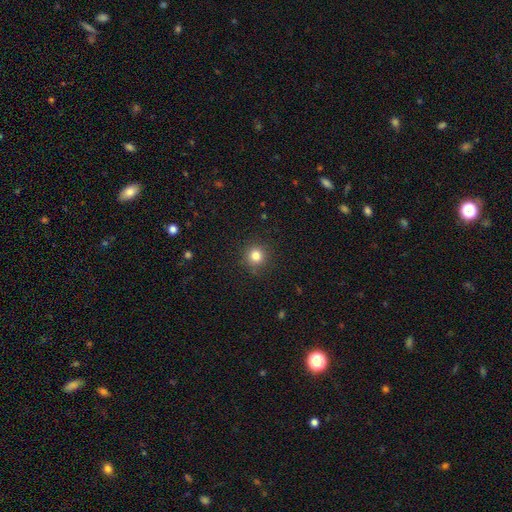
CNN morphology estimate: This is clearly a smooth galaxy (81%). How rounded: clearly round (93%). Merging: clearly none (88%).